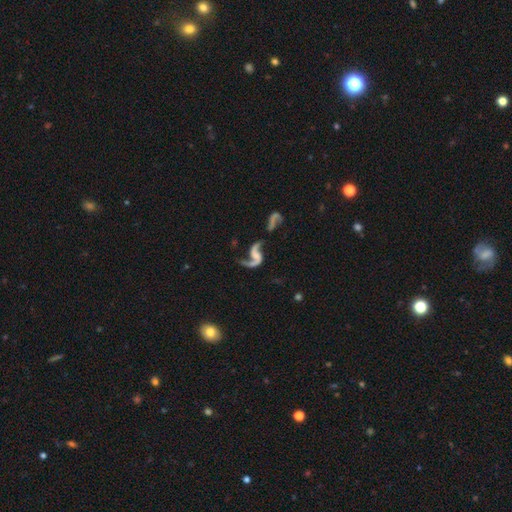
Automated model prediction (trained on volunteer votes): A featured or disk galaxy (87%) with no bar (47%), 2 (86%) loose (84%) spiral arms (94%) and no central bulge (51%).

Vote fractions:
- Smooth or featured? featured or disk: 87% / star or artifact: 7% / smooth: 6%
- Edge-on disk? no: 97% / yes: 3%
- Bar? no: 47% / weak: 36% / strong: 17%
- Spiral arms? yes: 94% / no: 6%
- Spiral winding? loose: 84% / medium: 13% / tight: 3%
- Spiral arm count? 2: 86% / 1: 9% / can't tell: 2% / 3: 1% / 4: 1% / more than 4: 1%
- Bulge size? none: 51% / small: 28% / moderate: 15% / large: 4% / dominant: 2%
- Merging? none: 41% / merger: 22% / major disturbance: 21% / minor disturbance: 15%